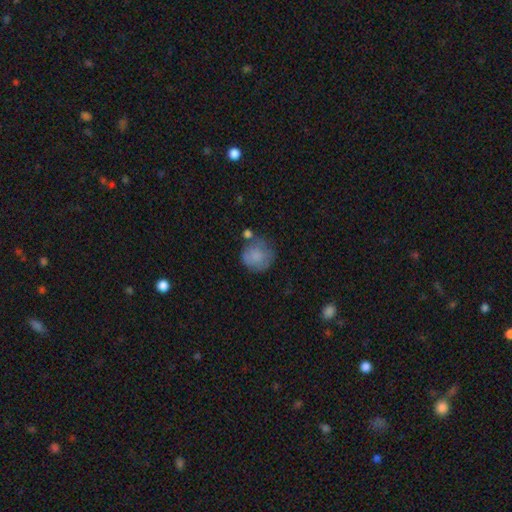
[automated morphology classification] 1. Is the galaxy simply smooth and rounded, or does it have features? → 80% smooth, 13% featured or disk, 8% star or artifact.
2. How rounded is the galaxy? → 90% round, 9% in between, 1% cigar-shaped.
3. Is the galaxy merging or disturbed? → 57% none, 23% minor disturbance, 10% major disturbance, 10% merger.